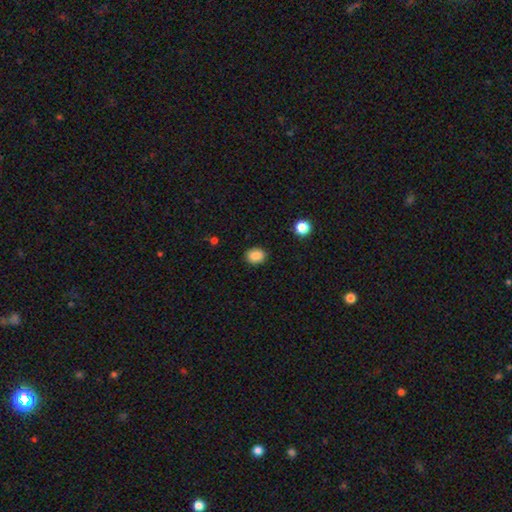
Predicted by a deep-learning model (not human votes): This is clearly a smooth galaxy (87%). How rounded: possibly round (53%). Merging: clearly none (89%).